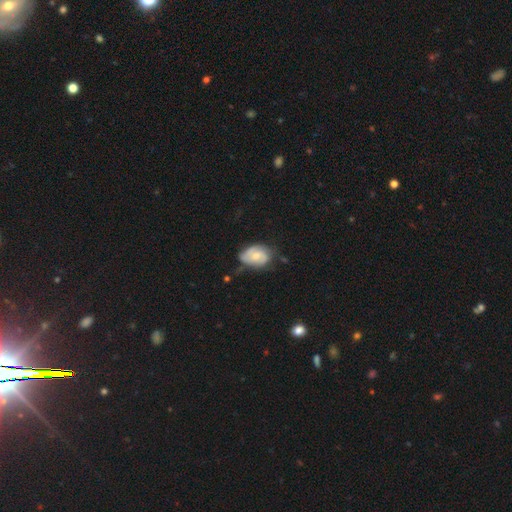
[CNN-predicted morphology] featured or disk 60%, smooth 34%, star or artifact 6%. Down the decision tree: edge-on disk — no (97%); bar — no (64%); spiral arms — yes (84%); bulge size — moderate (56%); merging — none (51%).